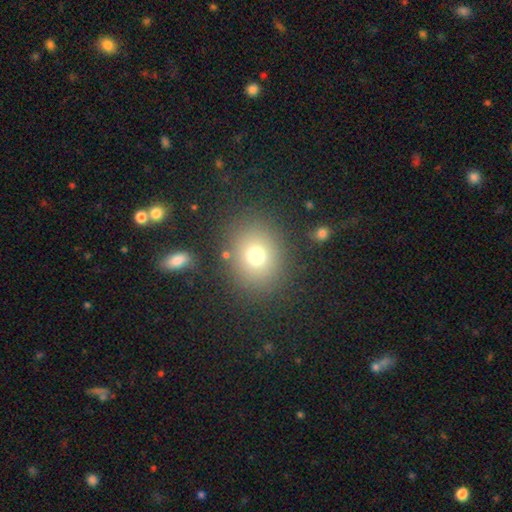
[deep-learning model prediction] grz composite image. It shows a smooth galaxy with no disk features (74%) that is round (65%). Merging: none (83%).